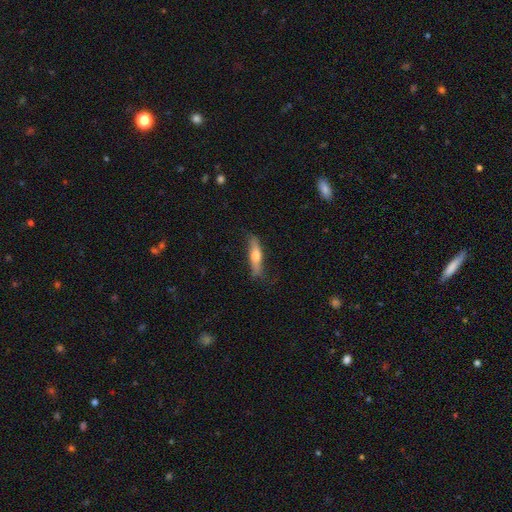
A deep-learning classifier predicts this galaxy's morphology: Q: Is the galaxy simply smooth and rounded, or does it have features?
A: smooth — 56%.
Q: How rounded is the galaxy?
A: cigar-shaped — 74%.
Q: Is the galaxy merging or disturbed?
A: none — 71%.